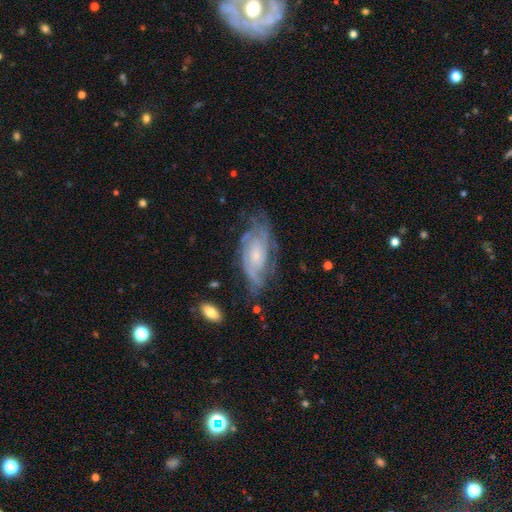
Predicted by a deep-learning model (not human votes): featured or disk 80%, smooth 13%, star or artifact 7%. Down the decision tree: edge-on disk — no (93%); bar — no (68%); spiral arms — yes (92%); spiral arm count — can't tell (43%); spiral winding — tight (56%); bulge size — small (61%); merging — none (62%).